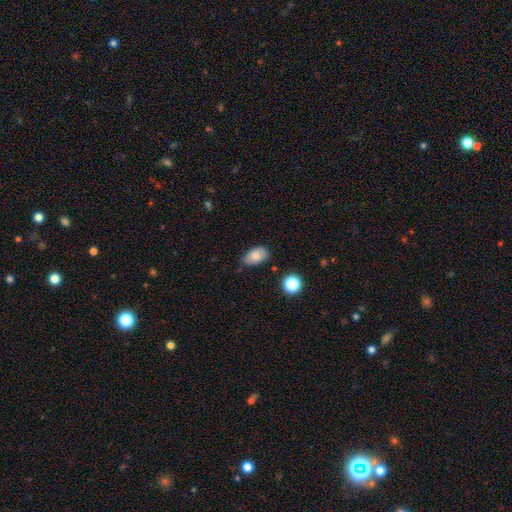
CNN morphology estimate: type=smooth (79%); roundness=in between (90%); merging=none (67%).